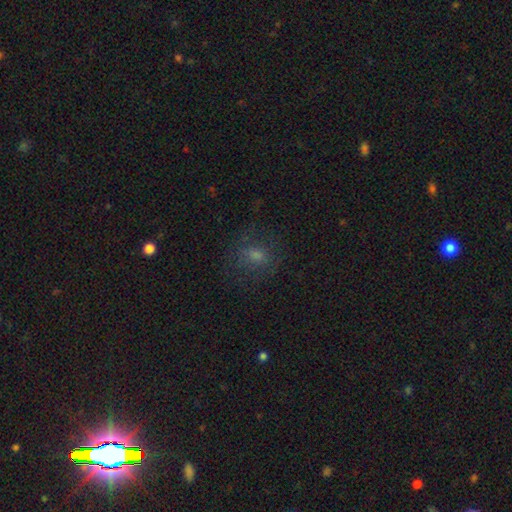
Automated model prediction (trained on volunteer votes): Smooth or featured?
  - smooth: 62% *
  - featured or disk: 19%
  - star or artifact: 19%
How rounded?
  - round: 56% *
  - in between: 42%
  - cigar-shaped: 2%
Merging?
  - none: 70% *
  - minor disturbance: 16%
  - major disturbance: 13%
  - merger: 1%